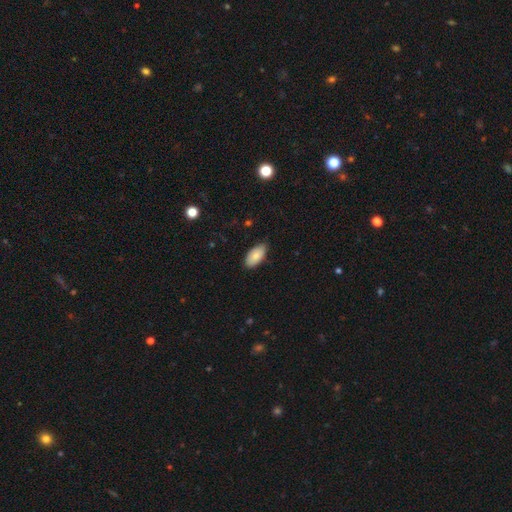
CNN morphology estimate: Overall: smooth (84%). How rounded: in between (94%). Merging: none (83%).